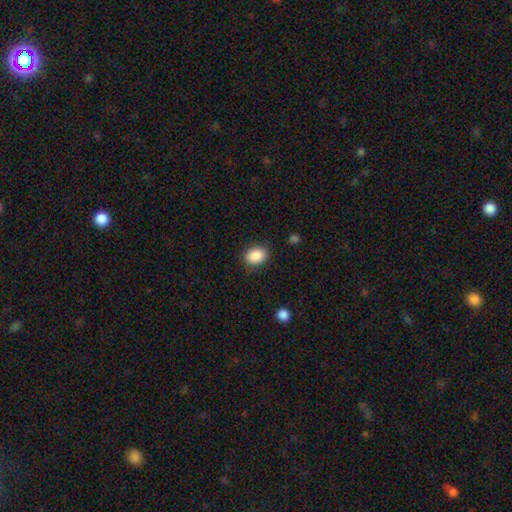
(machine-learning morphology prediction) Overall: smooth (88%). How rounded: in between (71%). Merging: none (83%).